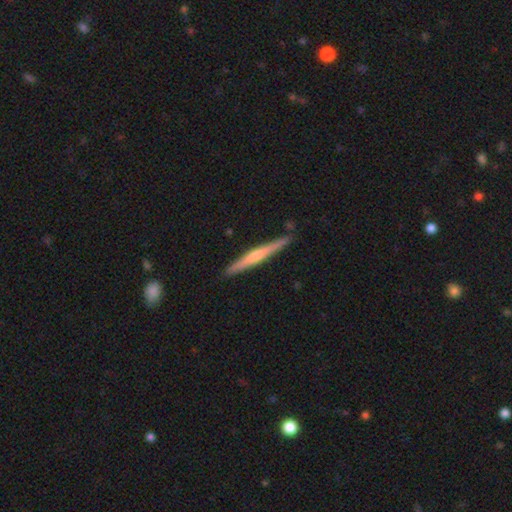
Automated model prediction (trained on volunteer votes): Morphology: type=featured or disk (68%); edge-on=yes (98%); edge-on bulge=rounded (69%); merging=none (88%).